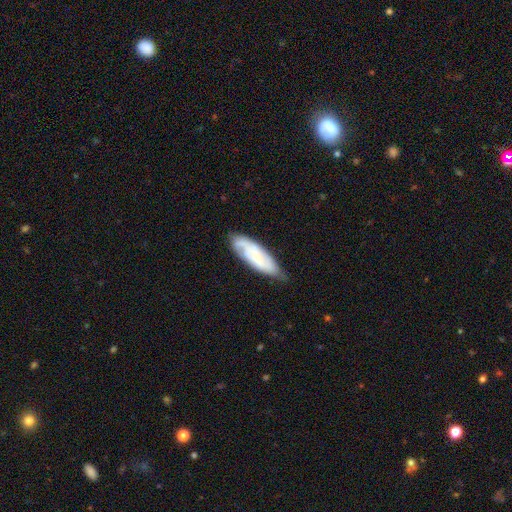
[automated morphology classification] This appears to be a featured or disk galaxy (58%). Merging: none (63%).